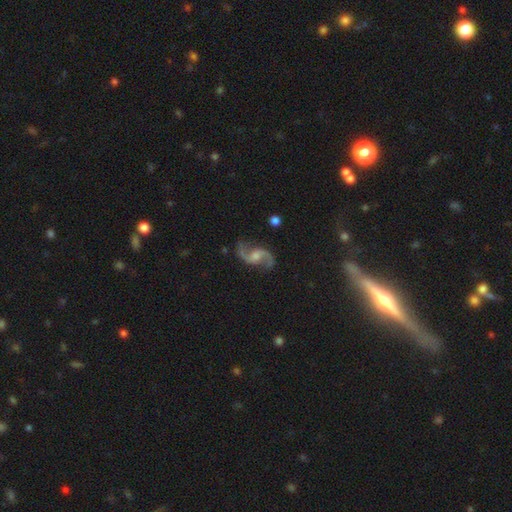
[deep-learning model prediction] Q: Smooth or featured?
A: featured or disk (91%); runner-up: star or artifact (5%)
Q: Edge-on disk?
A: no (98%); runner-up: yes (2%)
Q: Bar?
A: no (49%); runner-up: weak (42%)
Q: Spiral arms?
A: yes (98%); runner-up: no (2%)
Q: Spiral winding?
A: loose (64%); runner-up: medium (31%)
Q: Spiral arm count?
A: 2 (95%); runner-up: can't tell (1%)
Q: Bulge size?
A: moderate (46%); runner-up: small (34%)
Q: Merging?
A: none (82%); runner-up: minor disturbance (12%)